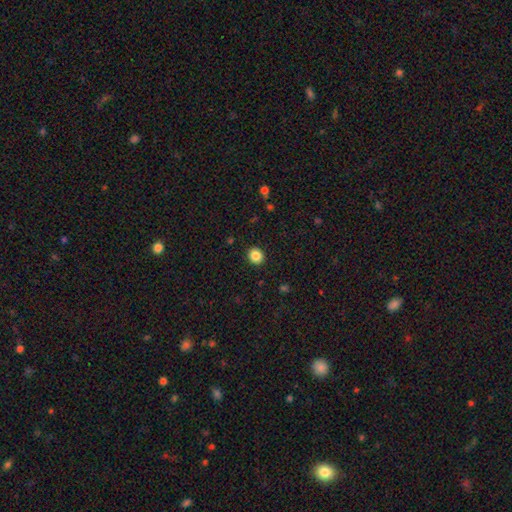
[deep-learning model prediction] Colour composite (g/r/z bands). It shows a smooth galaxy with no disk features (86%) that is round (80%). Merging: none (92%).